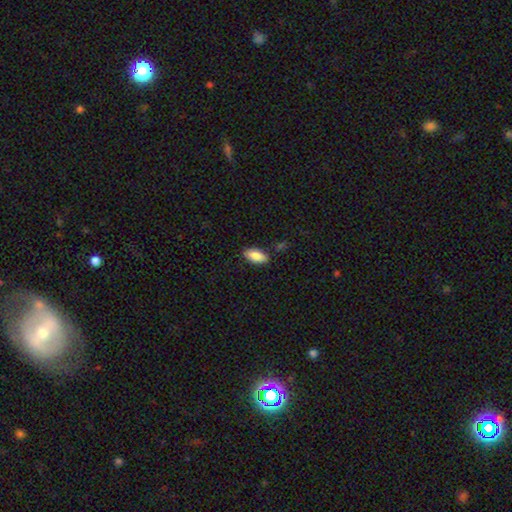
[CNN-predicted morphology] Smooth or featured? smooth (87%)
How rounded? in between (91%)
Merging? none (82%)